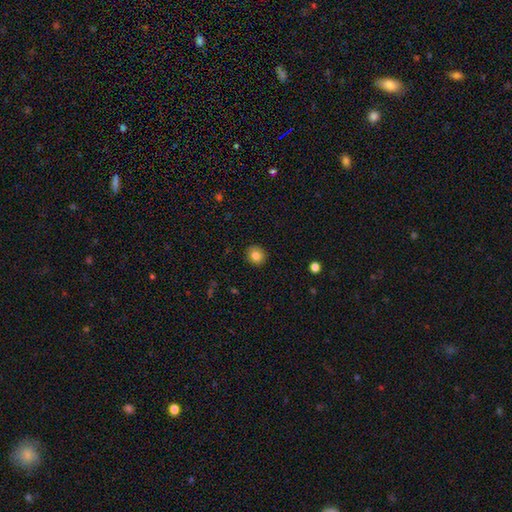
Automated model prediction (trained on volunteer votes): This is clearly a smooth galaxy (82%). How rounded: clearly round (86%). Merging: clearly none (91%).